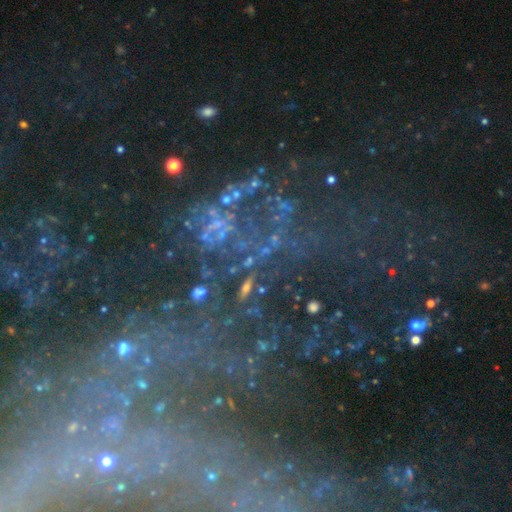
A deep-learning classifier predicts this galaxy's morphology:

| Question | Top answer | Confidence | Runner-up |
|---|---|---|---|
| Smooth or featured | star or artifact | 57% | featured or disk (27%) |